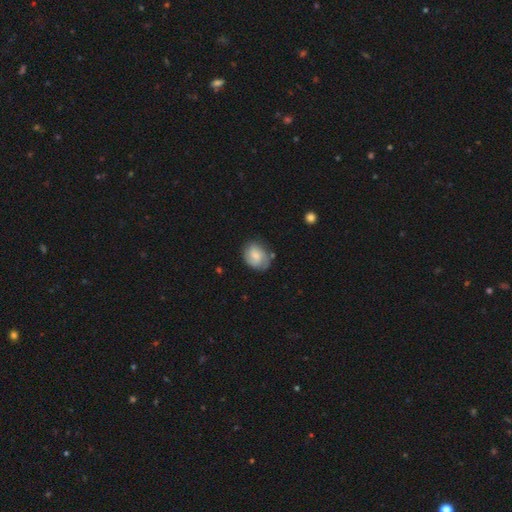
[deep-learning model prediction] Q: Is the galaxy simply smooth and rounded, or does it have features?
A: smooth — 56%.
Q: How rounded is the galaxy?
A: in between — 56%.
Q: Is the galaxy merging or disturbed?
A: none — 65%.